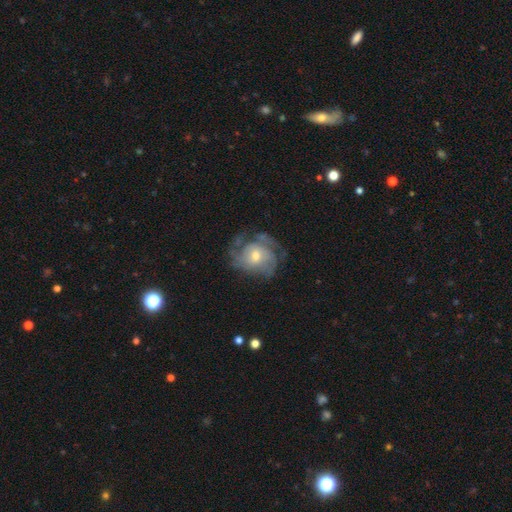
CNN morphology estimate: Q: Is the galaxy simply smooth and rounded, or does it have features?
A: featured or disk — 73%.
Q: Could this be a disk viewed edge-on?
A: no — 97%.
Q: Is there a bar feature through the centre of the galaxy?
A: no — 73%.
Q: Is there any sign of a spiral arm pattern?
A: yes — 85%.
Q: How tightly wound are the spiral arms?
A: tight — 46%.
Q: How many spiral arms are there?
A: can't tell — 37%.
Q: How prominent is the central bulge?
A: moderate — 55%.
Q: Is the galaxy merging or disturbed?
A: none — 59%.